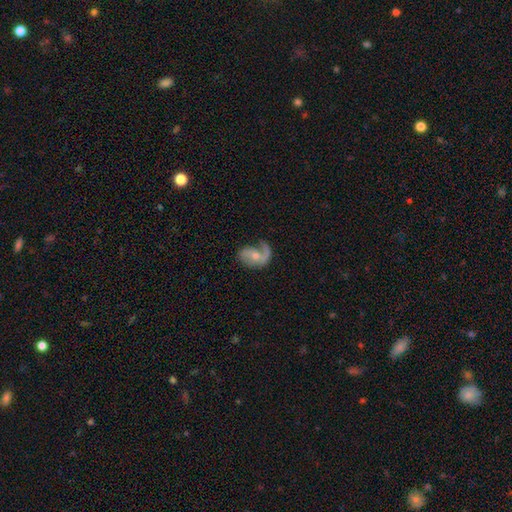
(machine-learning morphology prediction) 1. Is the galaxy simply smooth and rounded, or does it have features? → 75% featured or disk, 18% smooth, 6% star or artifact.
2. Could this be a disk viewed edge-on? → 97% no, 3% yes.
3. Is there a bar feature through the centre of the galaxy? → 57% no, 34% weak, 10% strong.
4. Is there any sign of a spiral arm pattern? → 90% yes, 10% no.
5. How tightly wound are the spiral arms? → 51% loose, 35% medium, 13% tight.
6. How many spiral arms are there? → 51% 1, 42% 2, 4% can't tell, 1% 3, 1% 4, 1% more than 4.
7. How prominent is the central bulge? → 48% moderate, 46% small, 3% none, 2% large, 1% dominant.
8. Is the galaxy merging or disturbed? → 44% none, 29% major disturbance, 23% minor disturbance, 3% merger.